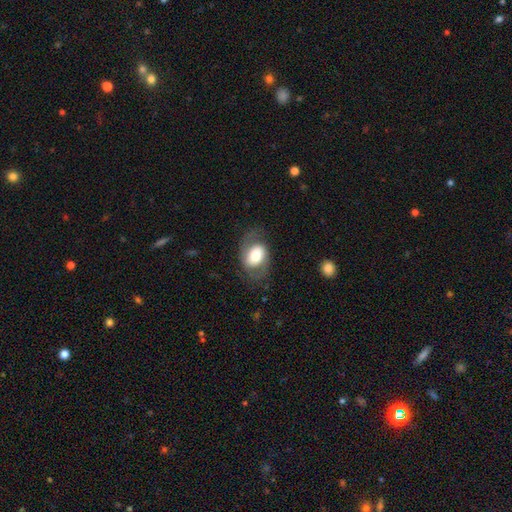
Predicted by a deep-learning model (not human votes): smooth_or_featured: featured or disk (p=0.47) [alt: smooth p=0.46]
merging: none (p=0.69) [alt: minor disturbance p=0.18]